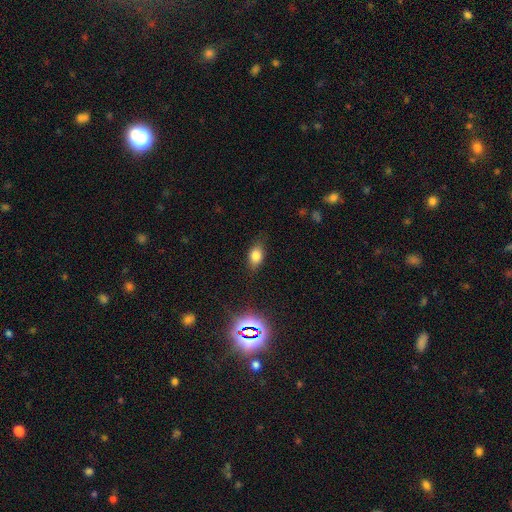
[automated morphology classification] Smooth or featured? smooth (76%)
How rounded? in between (80%)
Merging? none (79%)